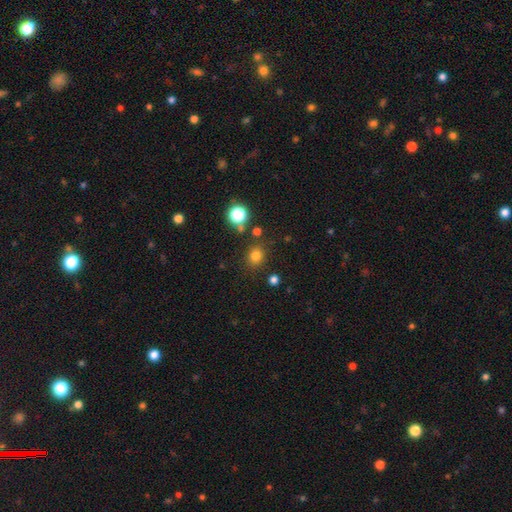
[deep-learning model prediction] Morphology: type=smooth (78%); roundness=round (71%); merging=none (81%).